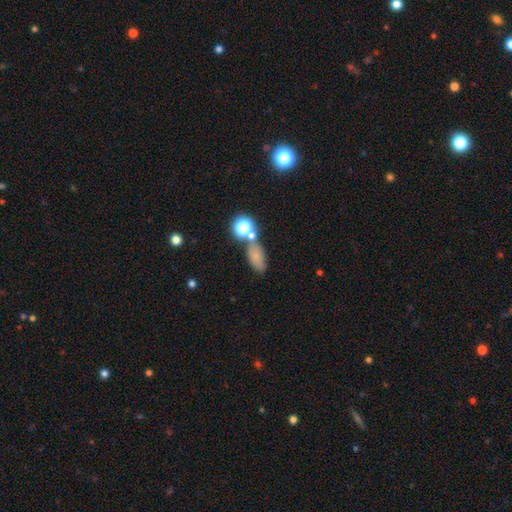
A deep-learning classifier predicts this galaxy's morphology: smooth-or-featured: smooth: 69% | star or artifact: 19% | featured or disk: 12%
  how-rounded: in between: 70% | round: 18% | cigar-shaped: 13%
  merging: none: 58% | merger: 22% | minor disturbance: 14% | major disturbance: 7%